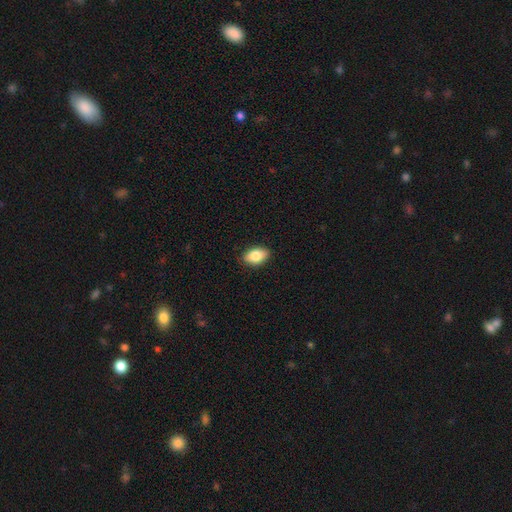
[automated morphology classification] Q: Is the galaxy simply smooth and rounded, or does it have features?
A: smooth — 83%.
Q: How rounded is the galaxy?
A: in between — 89%.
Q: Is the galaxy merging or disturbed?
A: none — 88%.